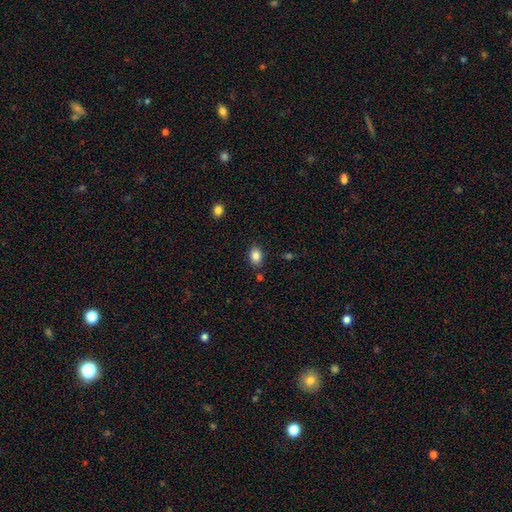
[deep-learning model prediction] A smooth galaxy with no disk features (86%) that is in between round and cigar-shaped (74%). Merging: none (84%).